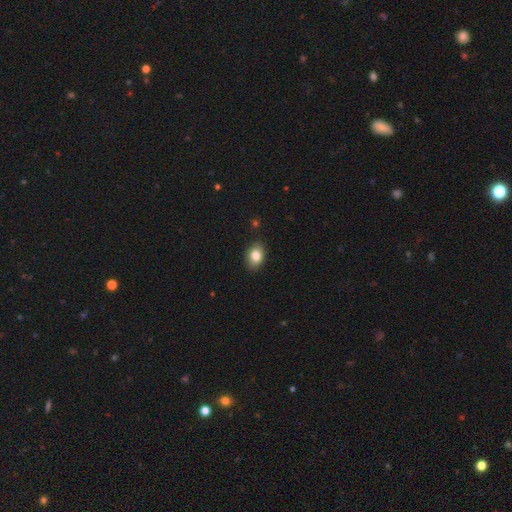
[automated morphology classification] A smooth galaxy with no disk features (82%) that is in between round and cigar-shaped (75%).

Vote fractions:
- Smooth or featured? smooth: 82% / featured or disk: 9% / star or artifact: 9%
- How rounded? in between: 75% / round: 23% / cigar-shaped: 1%
- Merging? none: 87% / minor disturbance: 10% / major disturbance: 2% / merger: 1%